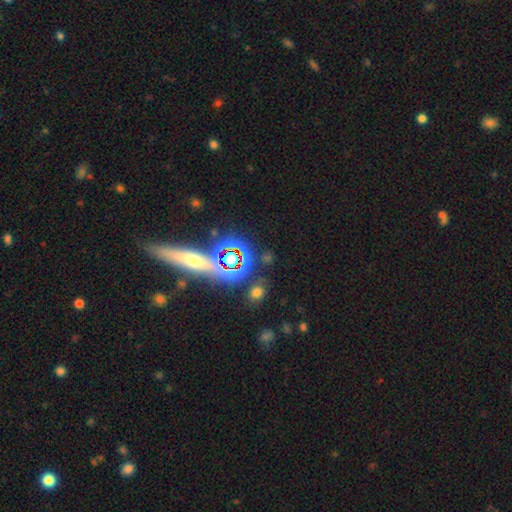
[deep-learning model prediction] smooth-or-featured: featured or disk: 57% | smooth: 22% | star or artifact: 21%
  disk-edge-on: yes: 73% | no: 27%
  merging: none: 50% | merger: 29% | minor disturbance: 12% | major disturbance: 9%